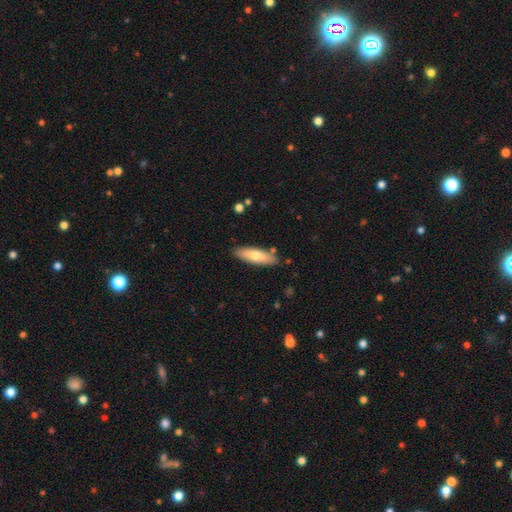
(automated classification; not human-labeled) Morphology: type=smooth (67%); roundness=cigar-shaped (53%); merging=none (85%).